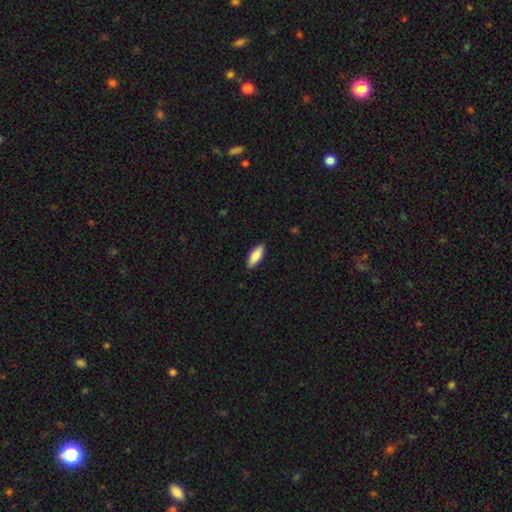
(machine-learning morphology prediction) Overall: smooth (84%). How rounded: in between (73%). Merging: none (88%).